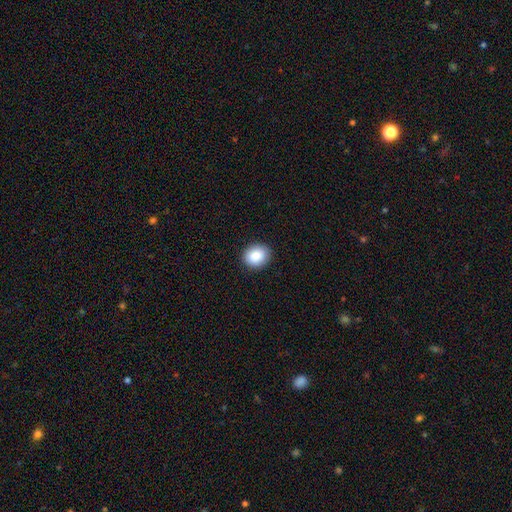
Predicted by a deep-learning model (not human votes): smooth_or_featured: smooth (p=0.87) [alt: star or artifact p=0.08]
how_rounded: round (p=0.69) [alt: in between p=0.30]
merging: none (p=0.91) [alt: minor disturbance p=0.06]